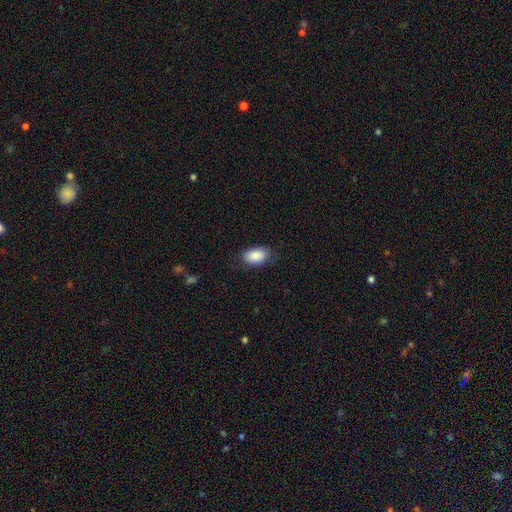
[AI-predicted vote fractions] A smooth galaxy with no disk features (89%) that is in between round and cigar-shaped (92%).

Vote fractions:
- Smooth or featured? smooth: 89% / star or artifact: 7% / featured or disk: 5%
- How rounded? in between: 92% / round: 6% / cigar-shaped: 2%
- Merging? none: 81% / minor disturbance: 14% / major disturbance: 4% / merger: 1%